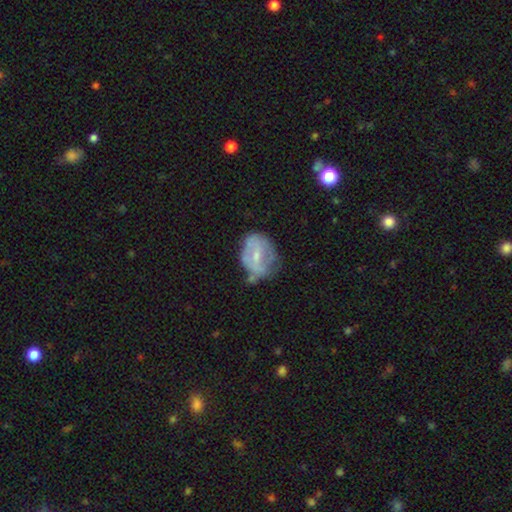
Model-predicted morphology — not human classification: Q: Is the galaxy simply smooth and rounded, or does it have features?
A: featured or disk — 59%.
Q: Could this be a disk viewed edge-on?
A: no — 96%.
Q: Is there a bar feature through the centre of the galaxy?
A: weak — 47%.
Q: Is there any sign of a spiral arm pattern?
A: no — 51%.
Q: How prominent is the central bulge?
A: small — 54%.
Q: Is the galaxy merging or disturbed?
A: none — 43%.